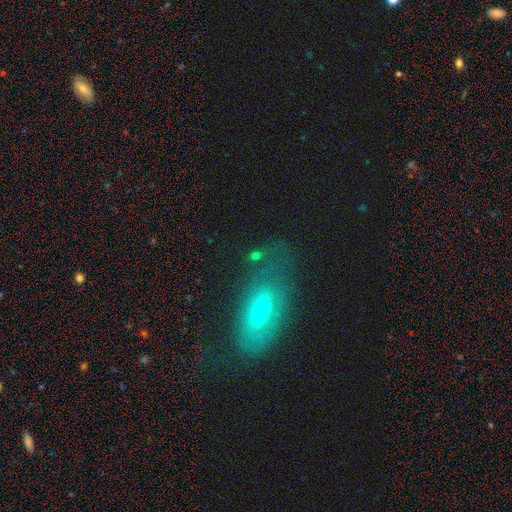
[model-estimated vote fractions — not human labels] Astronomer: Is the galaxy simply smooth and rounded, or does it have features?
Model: smooth — 54%.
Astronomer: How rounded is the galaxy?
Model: in between — 56% (runner-up: round, 37%).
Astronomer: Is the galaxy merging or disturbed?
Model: none — 57%.